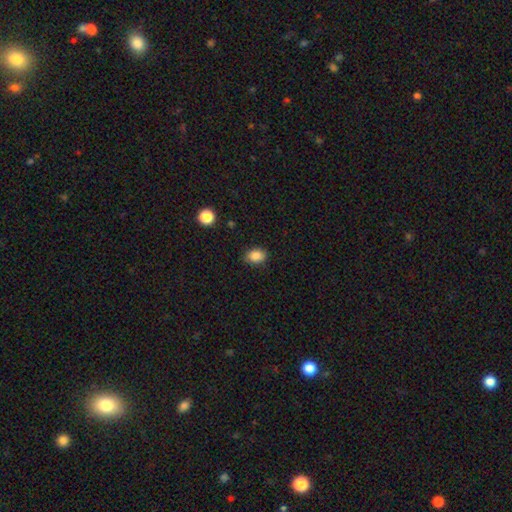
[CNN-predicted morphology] smooth 85%, star or artifact 9%, featured or disk 5%. Down the decision tree: how rounded — in between (75%); merging — none (85%).